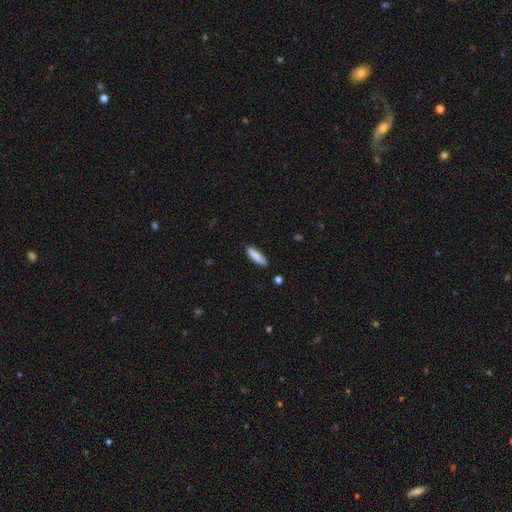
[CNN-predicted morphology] This is clearly a smooth galaxy (87%). How rounded: likely cigar-shaped (63%). Merging: clearly none (87%).